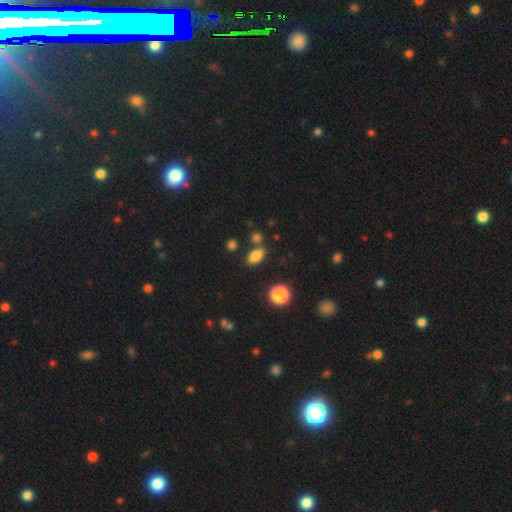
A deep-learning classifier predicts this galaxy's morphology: Q: Smooth or featured?
A: smooth (82%); runner-up: star or artifact (12%)
Q: How rounded?
A: in between (85%); runner-up: round (11%)
Q: Merging?
A: none (76%); runner-up: minor disturbance (11%)